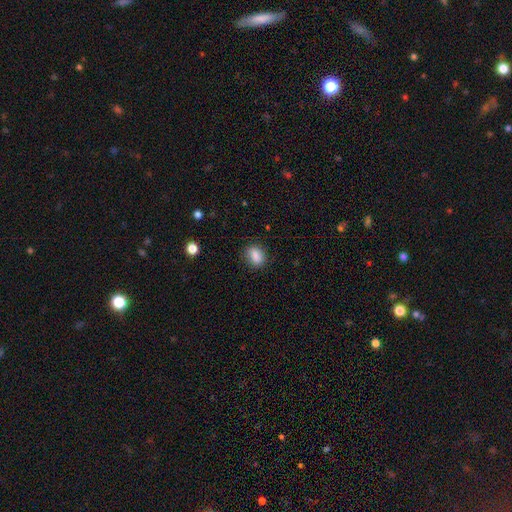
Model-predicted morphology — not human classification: Smooth or featured?
  - smooth: 86% *
  - star or artifact: 9%
  - featured or disk: 6%
How rounded?
  - in between: 69% *
  - round: 28%
  - cigar-shaped: 3%
Merging?
  - none: 81% *
  - minor disturbance: 14%
  - major disturbance: 3%
  - merger: 1%